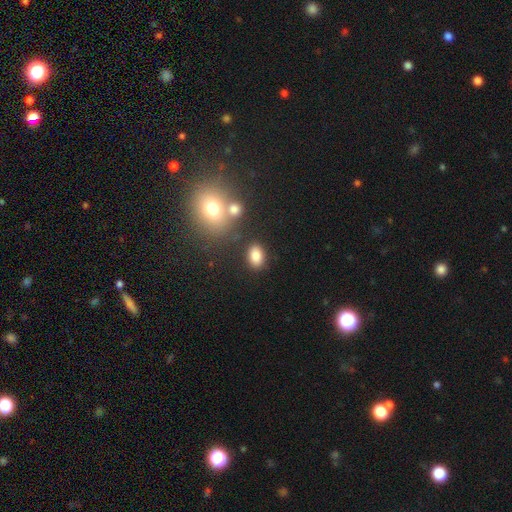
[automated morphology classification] Smooth or featured? Predicted: smooth (p=0.84). How rounded? Predicted: in between (p=0.84). Merging? Predicted: none (p=0.81).